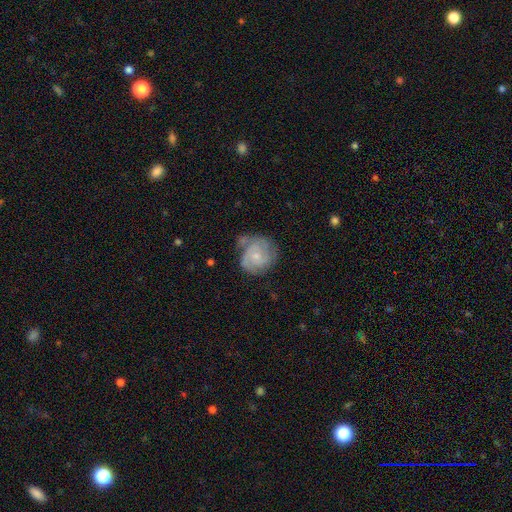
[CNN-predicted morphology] The model was most divided on "spiral arm count": 2: 32%, 3: 29%, can't tell: 24%, 4: 6%, 1: 5%, more than 4: 4%. More confident: edge-on disk — no (98%); spiral arms — yes (90%); bar — no (74%); bulge size — small (68%); smooth or featured — featured or disk (67%); spiral winding — tight (53%); merging — none (51%).